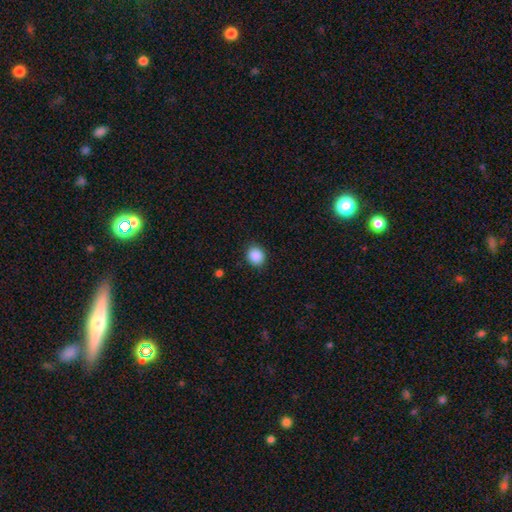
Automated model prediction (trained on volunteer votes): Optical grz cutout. It shows a smooth galaxy with no disk features (88%) that is round (77%). Merging: none (88%).